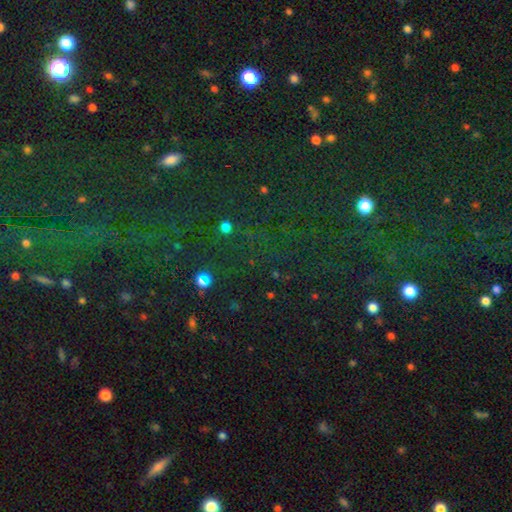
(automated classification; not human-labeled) This appears to be a star or artifact, not a galaxy (76%).